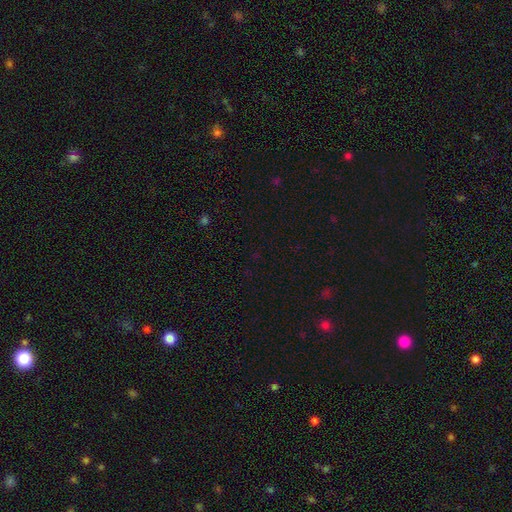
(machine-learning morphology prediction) Overall: star or artifact (70%).